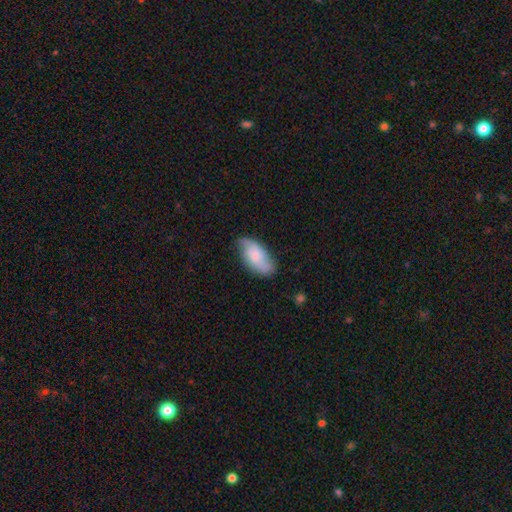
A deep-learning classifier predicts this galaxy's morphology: Smooth or featured?
  - smooth: 52% *
  - featured or disk: 41%
  - star or artifact: 7%
How rounded?
  - in between: 91% *
  - cigar-shaped: 6%
  - round: 3%
Merging?
  - none: 67% *
  - minor disturbance: 25%
  - major disturbance: 6%
  - merger: 2%